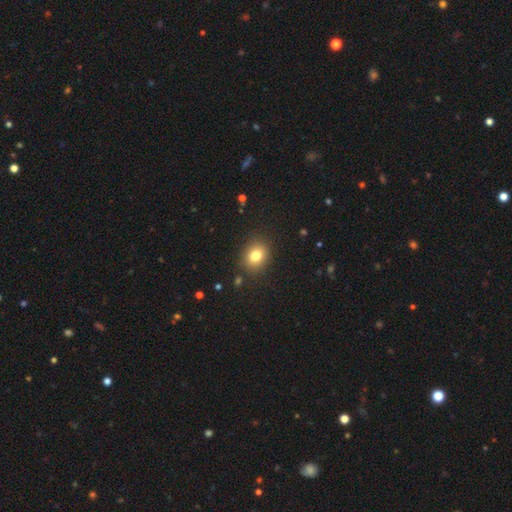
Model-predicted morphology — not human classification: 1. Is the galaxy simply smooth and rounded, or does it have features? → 80% smooth, 12% star or artifact, 8% featured or disk.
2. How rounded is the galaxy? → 57% round, 42% in between, 1% cigar-shaped.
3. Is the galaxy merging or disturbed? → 87% none, 8% minor disturbance, 3% major disturbance, 2% merger.